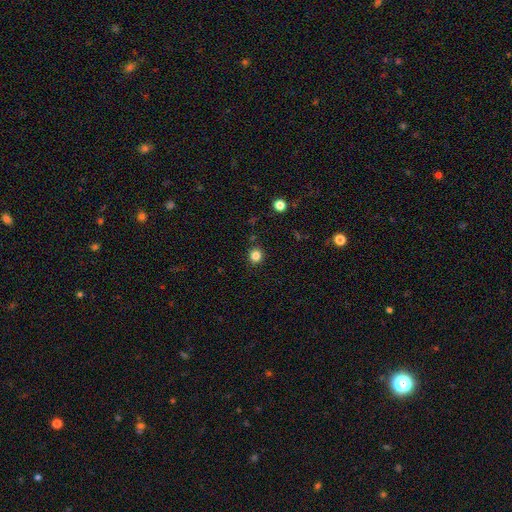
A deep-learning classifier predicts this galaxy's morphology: Smooth or featured: smooth — 83% (star or artifact — 13%)
How rounded: round — 88% (in between — 11%)
Merging: none — 90% (minor disturbance — 7%)